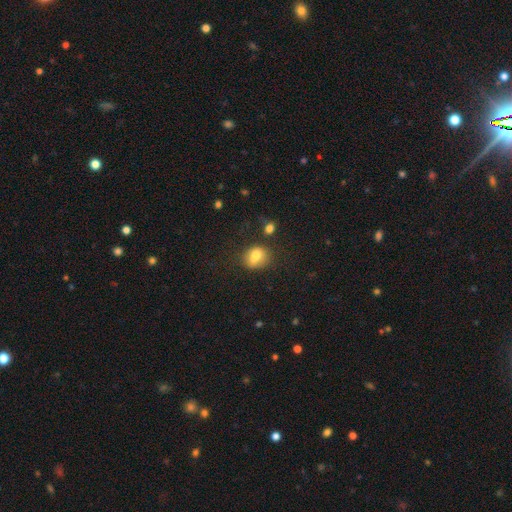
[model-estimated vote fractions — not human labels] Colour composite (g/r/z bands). It shows a smooth galaxy with no disk features (73%) that is round (51%). Merging: none (53%).